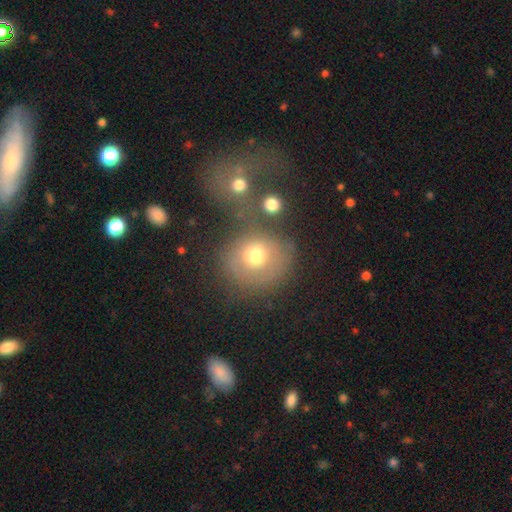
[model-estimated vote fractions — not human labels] Q: Smooth or featured?
A: smooth (69%); runner-up: featured or disk (18%)
Q: How rounded?
A: round (83%); runner-up: in between (16%)
Q: Merging?
A: none (56%); runner-up: merger (18%)